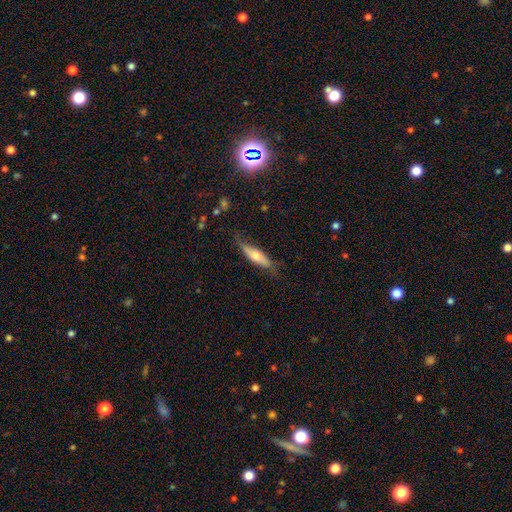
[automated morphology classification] smooth_or_featured: smooth (p=0.56) [alt: featured or disk p=0.38]
how_rounded: cigar-shaped (p=0.61) [alt: in between p=0.37]
merging: none (p=0.62) [alt: minor disturbance p=0.28]